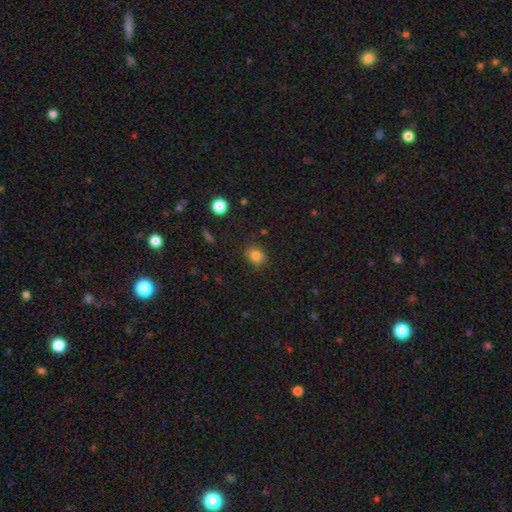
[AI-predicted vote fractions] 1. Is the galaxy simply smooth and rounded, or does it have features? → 82% smooth, 12% star or artifact, 7% featured or disk.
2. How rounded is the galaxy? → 54% round, 45% in between, 1% cigar-shaped.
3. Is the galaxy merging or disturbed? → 78% none, 17% minor disturbance, 4% major disturbance, 2% merger.